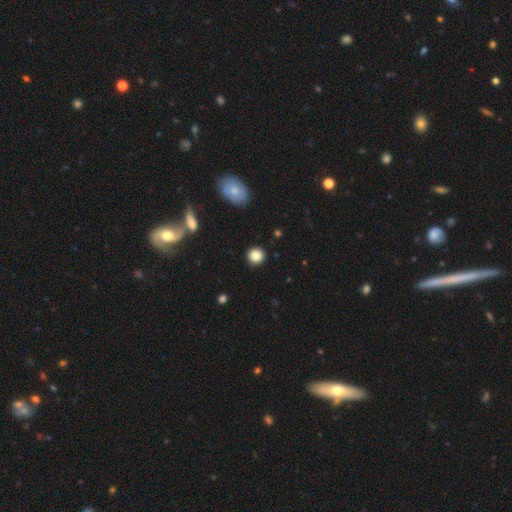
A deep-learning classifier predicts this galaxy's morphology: Smooth or featured? Predicted: smooth (p=0.86). How rounded? Predicted: round (p=0.92). Merging? Predicted: none (p=0.90).